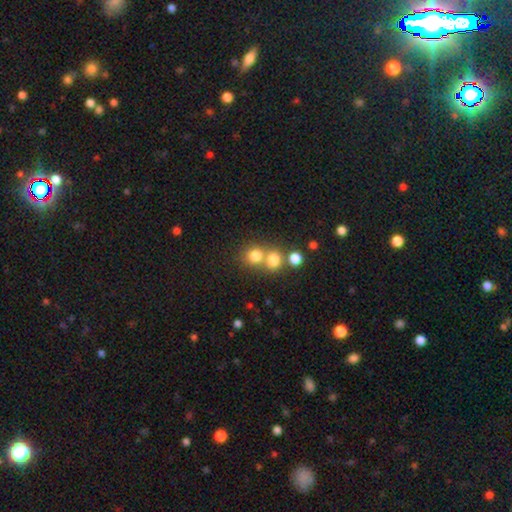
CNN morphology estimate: A smooth galaxy with no disk features (77%) that is round (84%). Merging: none (49%).